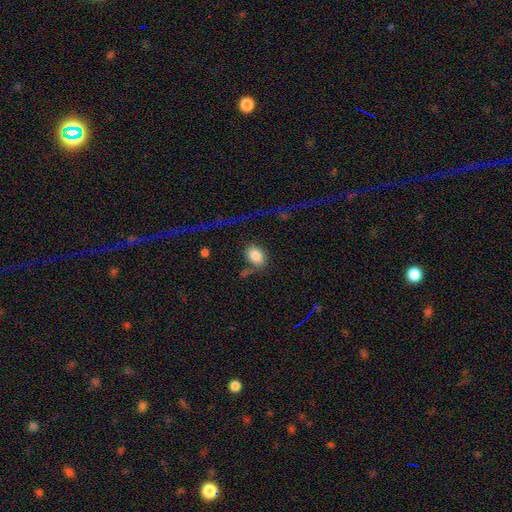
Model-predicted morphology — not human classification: smooth 83%, featured or disk 9%, star or artifact 8%. Down the decision tree: how rounded — in between (80%); merging — none (53%).